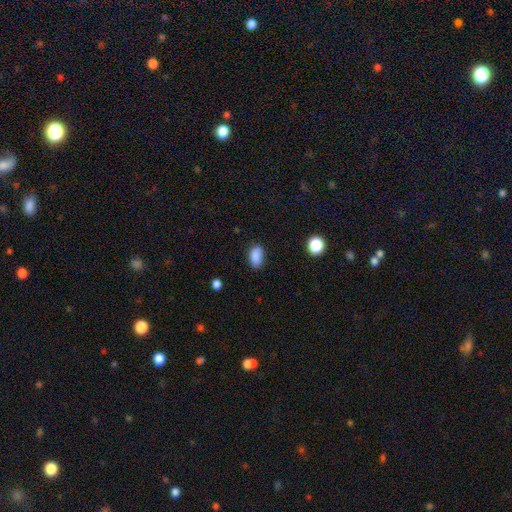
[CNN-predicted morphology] This appears to be a smooth galaxy with no disk features (87%) that is in between round and cigar-shaped (90%). Merging: none (80%).